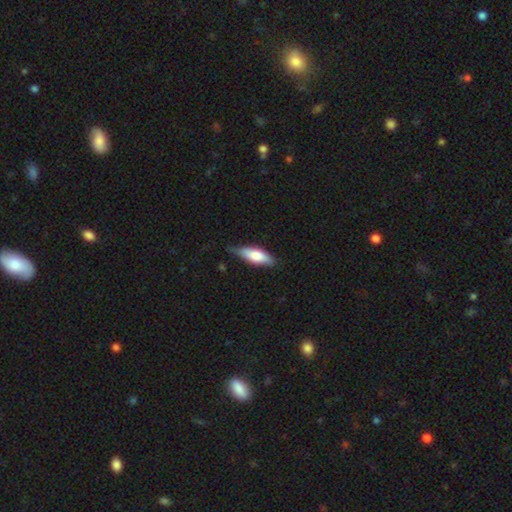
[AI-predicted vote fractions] smooth-or-featured: smooth: 71% | featured or disk: 24% | star or artifact: 5%
  how-rounded: in between: 62% | cigar-shaped: 36% | round: 2%
  merging: none: 66% | minor disturbance: 28% | major disturbance: 4% | merger: 2%